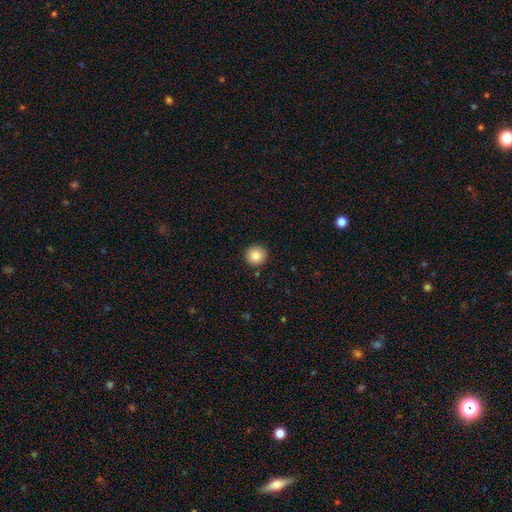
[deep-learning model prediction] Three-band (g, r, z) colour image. It shows a smooth galaxy with no disk features (86%) that is round (95%). Merging: none (92%).